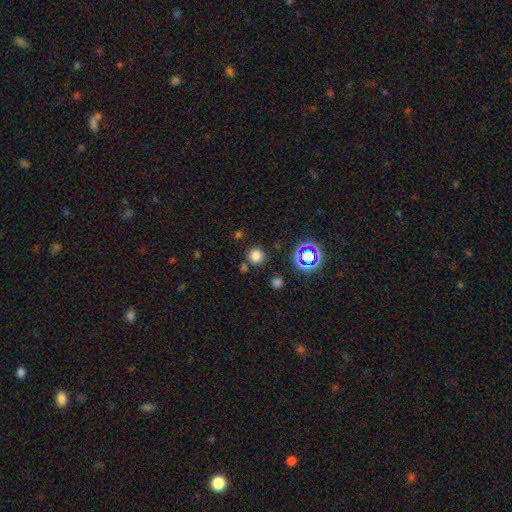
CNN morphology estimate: Smooth or featured? smooth (75%)
How rounded? round (93%)
Merging? none (81%)